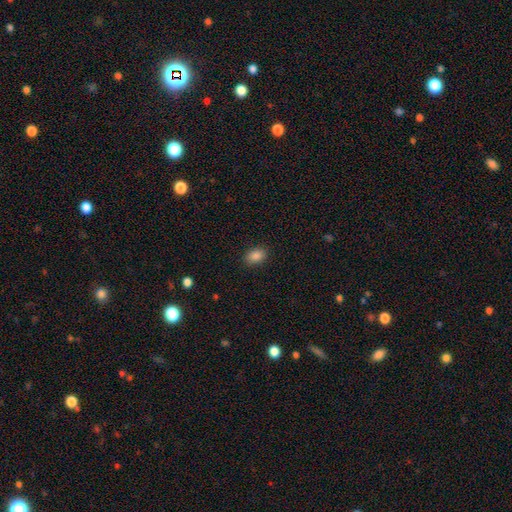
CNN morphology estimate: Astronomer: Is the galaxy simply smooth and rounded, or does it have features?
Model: smooth — 86%.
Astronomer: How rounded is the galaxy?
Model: in between — 85%.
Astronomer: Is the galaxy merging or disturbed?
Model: none — 89%.